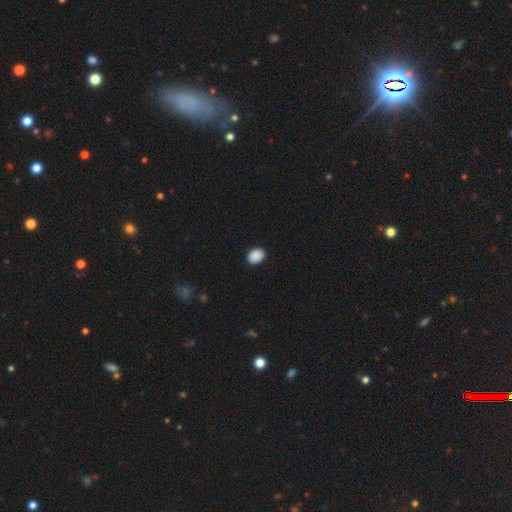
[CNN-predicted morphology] The model was most divided on "how rounded": in between: 61%, round: 39%, cigar-shaped: 1%. More confident: merging — none (90%); smooth or featured — smooth (90%).